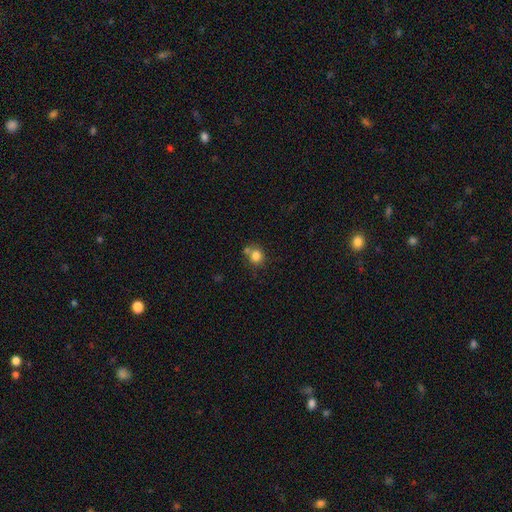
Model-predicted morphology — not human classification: type=smooth (81%); roundness=round (83%); merging=none (57%).